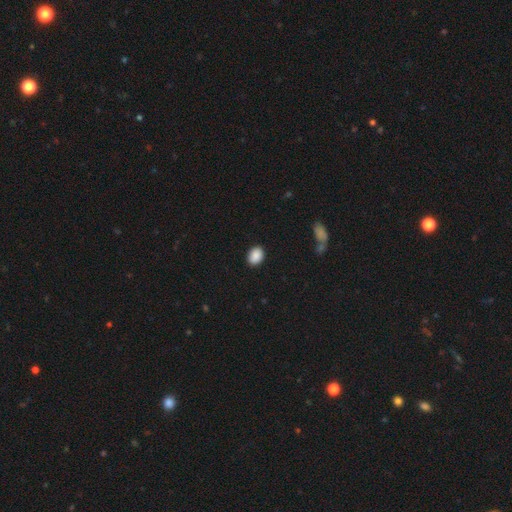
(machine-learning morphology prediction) This appears to be a smooth galaxy with no disk features (89%) that is in between round and cigar-shaped (71%). Merging: none (88%).